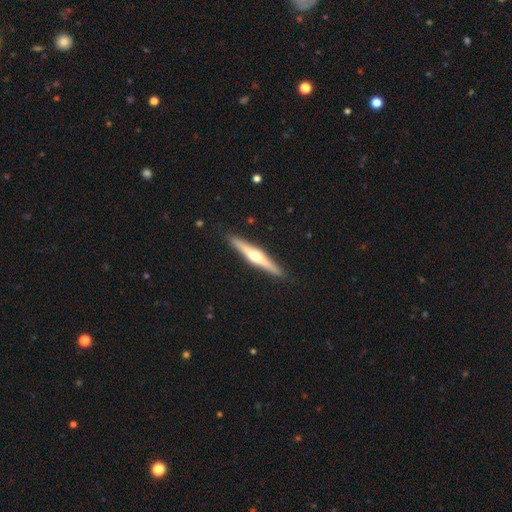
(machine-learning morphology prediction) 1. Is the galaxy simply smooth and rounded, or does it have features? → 71% featured or disk, 24% smooth, 5% star or artifact.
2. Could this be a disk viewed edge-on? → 98% yes, 2% no.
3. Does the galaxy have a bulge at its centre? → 93% rounded, 3% boxy, 3% none.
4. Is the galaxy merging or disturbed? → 91% none, 7% minor disturbance, 1% major disturbance, 1% merger.